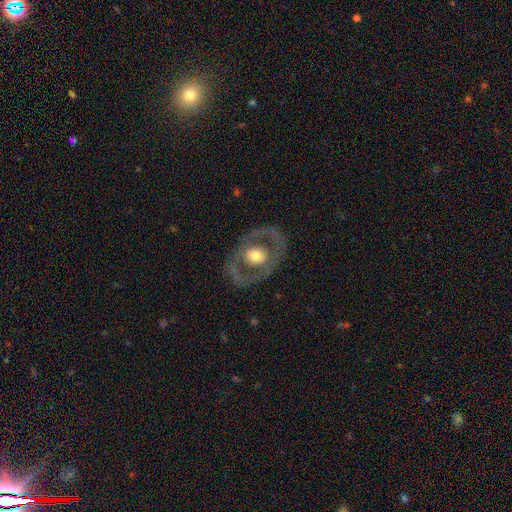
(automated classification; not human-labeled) Smooth or featured: featured or disk — 63% (smooth — 32%)
Edge-on disk: no — 93% (yes — 7%)
Bar: no — 77% (weak — 16%)
Spiral arms: no — 81% (yes — 19%)
Bulge size: moderate — 61% (large — 29%)
Merging: none — 78% (minor disturbance — 12%)